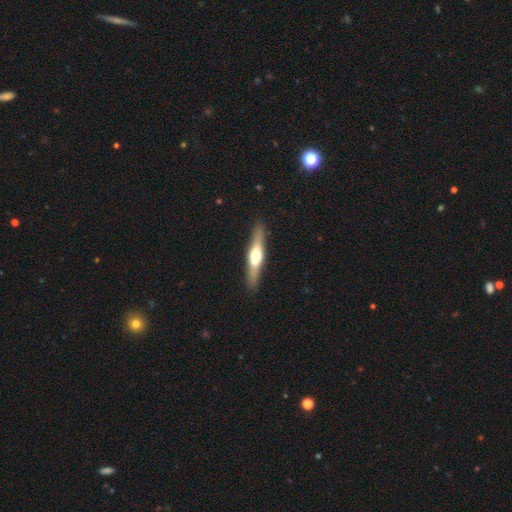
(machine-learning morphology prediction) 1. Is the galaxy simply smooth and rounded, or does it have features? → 59% featured or disk, 36% smooth, 5% star or artifact.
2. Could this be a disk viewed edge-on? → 94% yes, 6% no.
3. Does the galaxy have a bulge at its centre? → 90% rounded, 6% boxy, 4% none.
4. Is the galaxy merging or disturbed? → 88% none, 9% minor disturbance, 2% major disturbance, 1% merger.